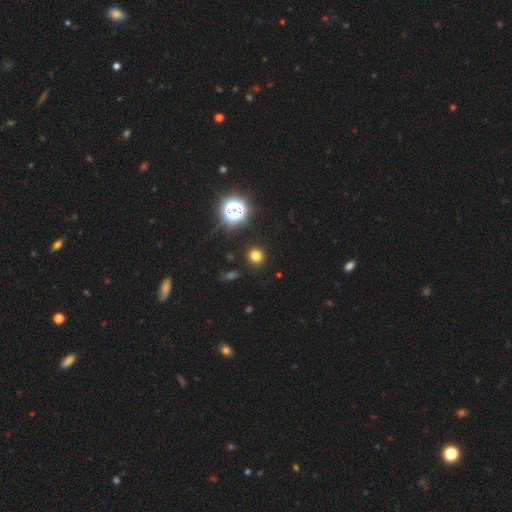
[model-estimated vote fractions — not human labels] Q: Smooth or featured?
A: smooth (74%); runner-up: star or artifact (21%)
Q: How rounded?
A: round (93%); runner-up: in between (6%)
Q: Merging?
A: none (91%); runner-up: minor disturbance (5%)